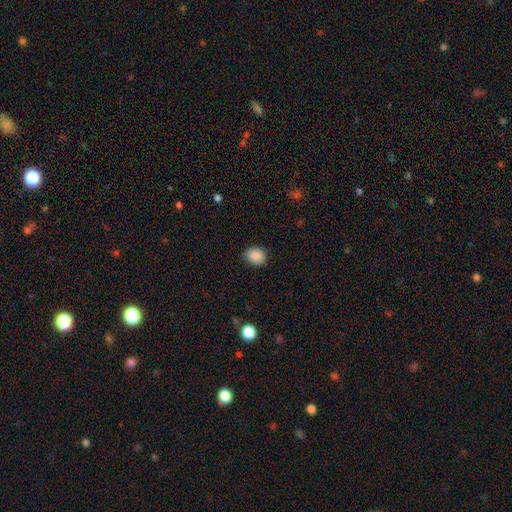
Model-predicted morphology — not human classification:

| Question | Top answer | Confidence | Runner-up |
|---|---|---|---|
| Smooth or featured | smooth | 89% | star or artifact (9%) |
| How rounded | round | 59% | in between (40%) |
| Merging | none | 86% | minor disturbance (10%) |